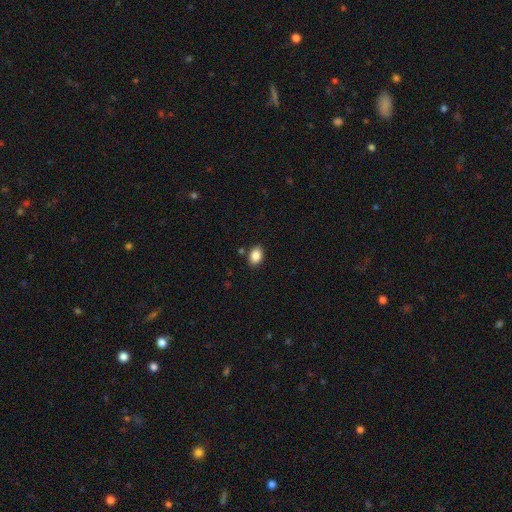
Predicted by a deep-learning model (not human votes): Smooth or featured?
  - smooth: 87% *
  - star or artifact: 8%
  - featured or disk: 5%
How rounded?
  - in between: 84% *
  - round: 15%
  - cigar-shaped: 1%
Merging?
  - none: 85% *
  - minor disturbance: 10%
  - merger: 3%
  - major disturbance: 2%